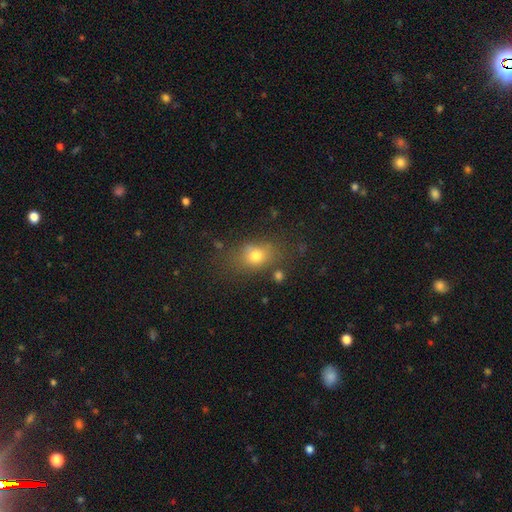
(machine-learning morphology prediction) smooth-or-featured: smooth: 75% | star or artifact: 14% | featured or disk: 12%
  how-rounded: in between: 59% | round: 39% | cigar-shaped: 2%
  merging: none: 69% | minor disturbance: 18% | major disturbance: 8% | merger: 5%